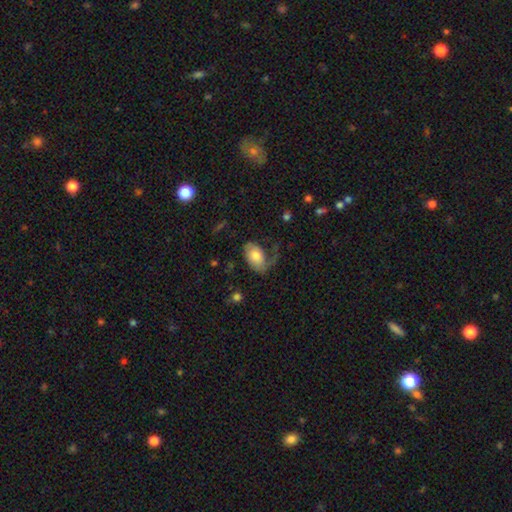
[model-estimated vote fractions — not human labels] smooth-or-featured: smooth: 55% | featured or disk: 38% | star or artifact: 7%
  how-rounded: in between: 90% | round: 8% | cigar-shaped: 2%
  merging: major disturbance: 39% | none: 34% | minor disturbance: 24% | merger: 3%